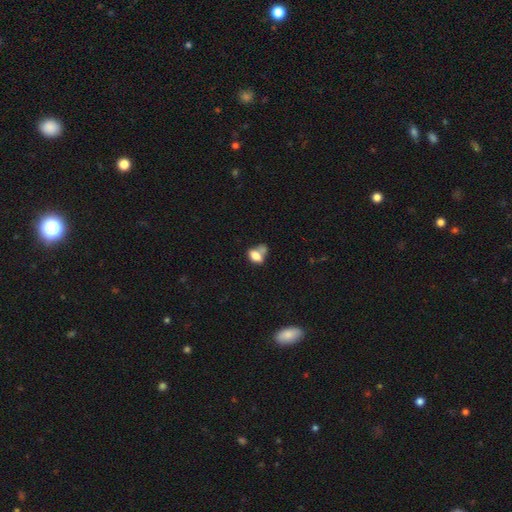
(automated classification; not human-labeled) smooth-or-featured: smooth: 76% | featured or disk: 14% | star or artifact: 10%
  how-rounded: in between: 82% | round: 15% | cigar-shaped: 3%
  merging: merger: 40% | none: 31% | minor disturbance: 18% | major disturbance: 11%